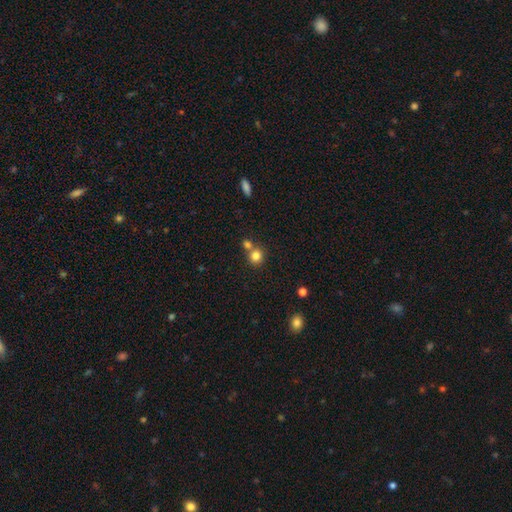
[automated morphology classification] A smooth galaxy with no disk features (81%) that is round (89%). Merging: none (56%).